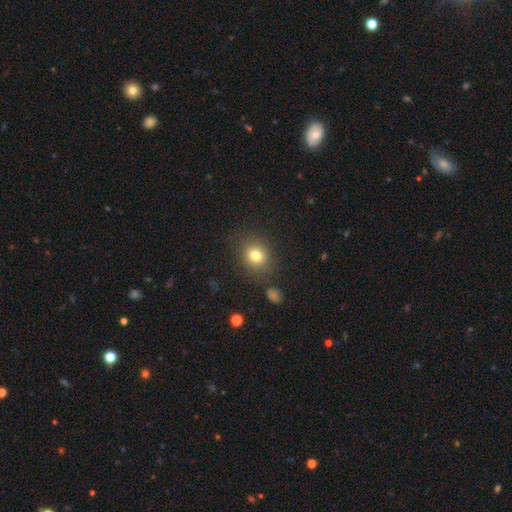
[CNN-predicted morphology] This appears to be a smooth galaxy with no disk features (78%) that is round (72%). Merging: none (83%).